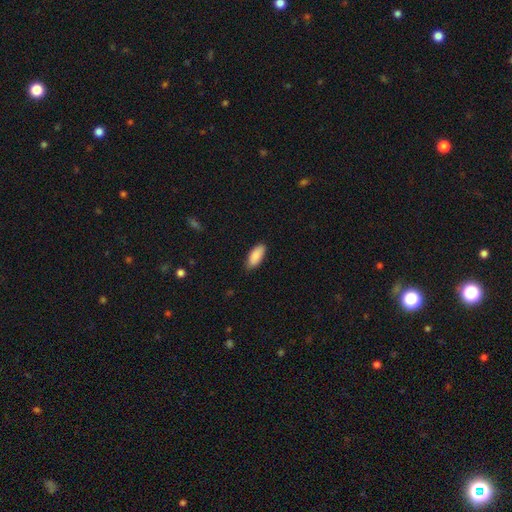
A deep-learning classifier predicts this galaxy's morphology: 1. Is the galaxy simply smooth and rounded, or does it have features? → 90% smooth, 6% star or artifact, 4% featured or disk.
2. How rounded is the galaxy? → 86% in between, 13% cigar-shaped, 2% round.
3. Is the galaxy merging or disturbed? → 85% none, 12% minor disturbance, 2% major disturbance, 1% merger.